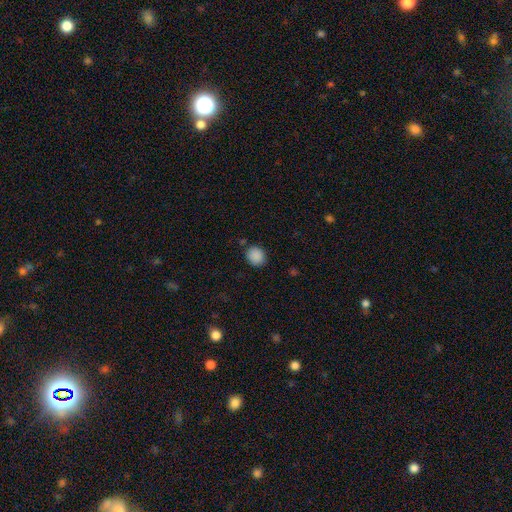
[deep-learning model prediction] The model was most divided on "how rounded": round: 72%, in between: 27%, cigar-shaped: 1%. More confident: smooth or featured — smooth (88%); merging — none (82%).